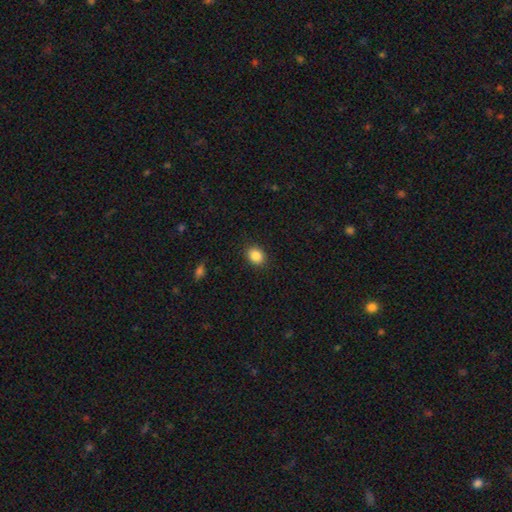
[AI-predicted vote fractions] A smooth galaxy with no disk features (87%) that is in between round and cigar-shaped (51%).

Vote fractions:
- Smooth or featured? smooth: 87% / star or artifact: 9% / featured or disk: 4%
- How rounded? in between: 51% / round: 48% / cigar-shaped: 1%
- Merging? none: 89% / minor disturbance: 8% / major disturbance: 2% / merger: 1%